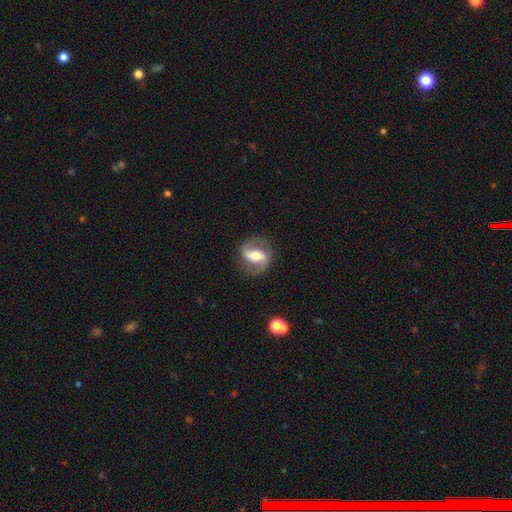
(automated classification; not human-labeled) Smooth or featured? Predicted: featured or disk (p=0.79). Edge-on disk? Predicted: no (p=0.96). Bar? Predicted: strong (p=0.52). Spiral arms? Predicted: yes (p=0.88). Spiral winding? Predicted: medium (p=0.50). Spiral arm count? Predicted: 2 (p=0.89). Bulge size? Predicted: moderate (p=0.63). Merging? Predicted: none (p=0.81).